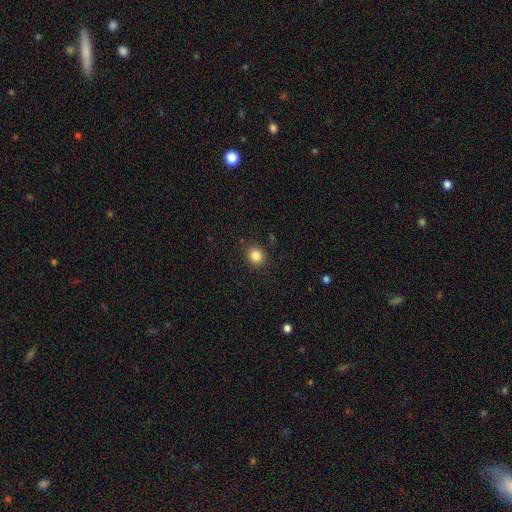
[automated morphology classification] This is clearly a smooth galaxy (85%). How rounded: likely round (74%). Merging: clearly none (89%).